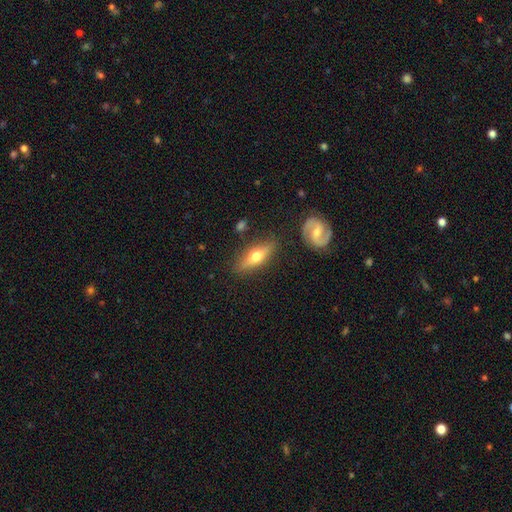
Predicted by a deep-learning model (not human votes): Smooth or featured?
  - featured or disk: 56% *
  - smooth: 39%
  - star or artifact: 6%
Edge-on disk?
  - yes: 82% *
  - no: 18%
Merging?
  - none: 82% *
  - minor disturbance: 12%
  - merger: 3%
  - major disturbance: 3%